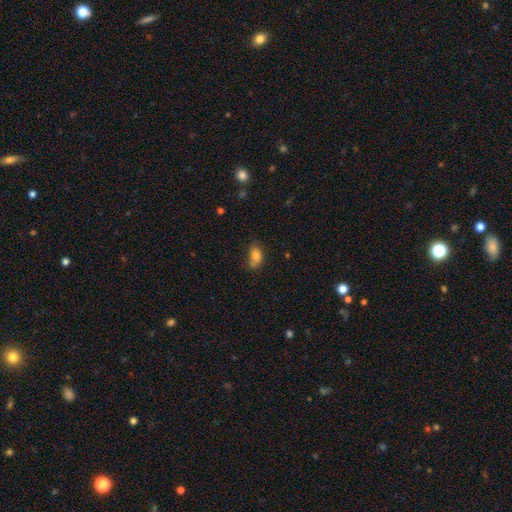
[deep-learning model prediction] smooth-or-featured: smooth: 79% | featured or disk: 11% | star or artifact: 10%
  how-rounded: in between: 86% | round: 11% | cigar-shaped: 3%
  merging: none: 52% | minor disturbance: 30% | merger: 10% | major disturbance: 9%